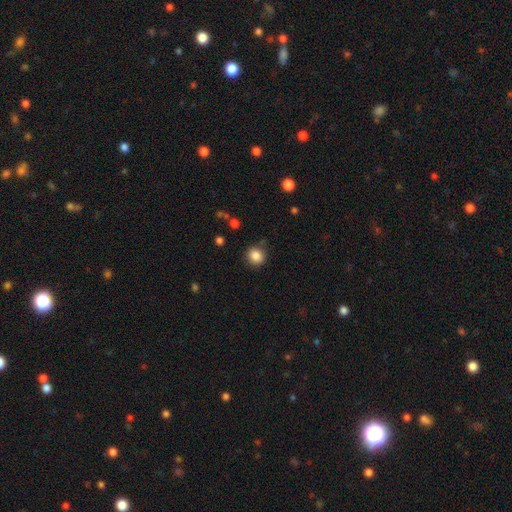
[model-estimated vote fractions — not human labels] Smooth or featured?
  - smooth: 86% *
  - star or artifact: 10%
  - featured or disk: 4%
How rounded?
  - round: 88% *
  - in between: 11%
  - cigar-shaped: 1%
Merging?
  - none: 85% *
  - minor disturbance: 10%
  - major disturbance: 3%
  - merger: 2%